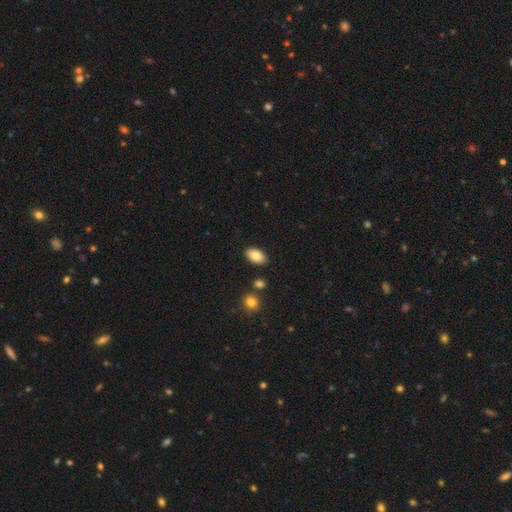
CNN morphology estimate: Smooth or featured? Predicted: smooth (p=0.85). How rounded? Predicted: in between (p=0.94). Merging? Predicted: none (p=0.87).